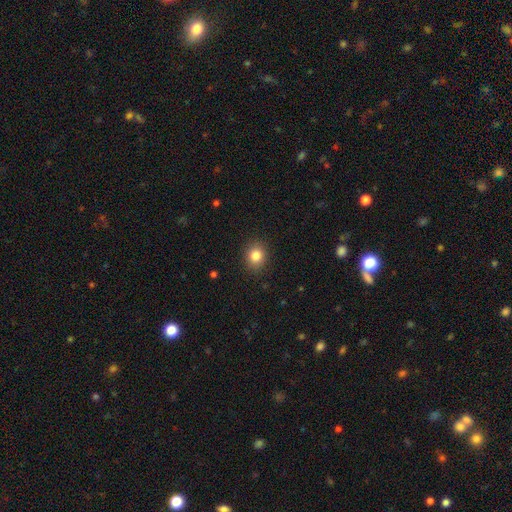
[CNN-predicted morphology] Smooth or featured? smooth (83%)
How rounded? round (73%)
Merging? none (90%)